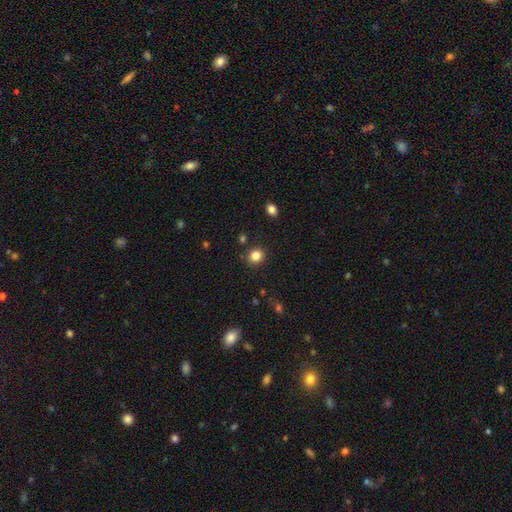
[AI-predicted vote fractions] smooth-or-featured: smooth: 84% | star or artifact: 11% | featured or disk: 5%
  how-rounded: round: 76% | in between: 23% | cigar-shaped: 1%
  merging: none: 87% | minor disturbance: 8% | merger: 3% | major disturbance: 2%